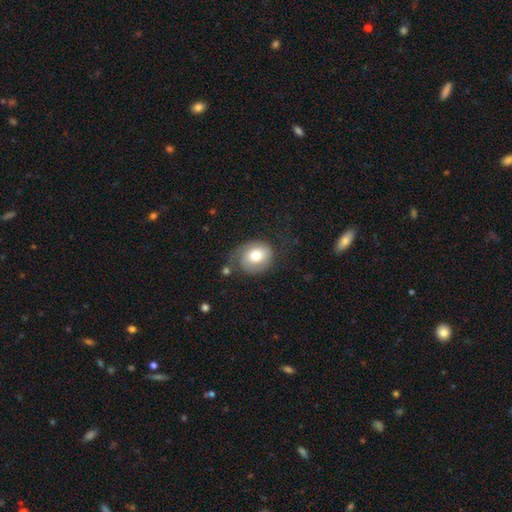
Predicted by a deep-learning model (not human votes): Smooth or featured?
  - smooth: 62% *
  - featured or disk: 30%
  - star or artifact: 7%
How rounded?
  - round: 59% *
  - in between: 40%
  - cigar-shaped: 1%
Merging?
  - none: 53% *
  - minor disturbance: 25%
  - major disturbance: 17%
  - merger: 4%